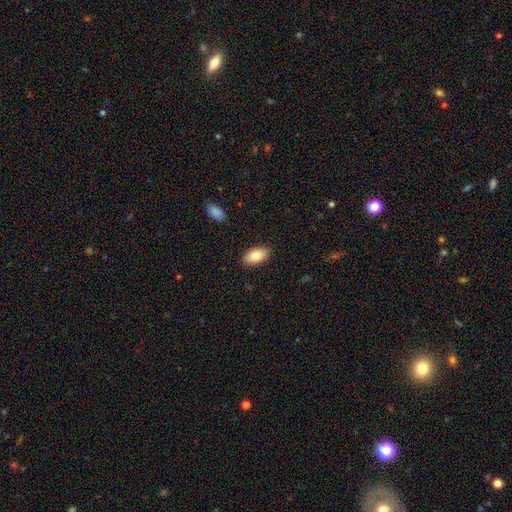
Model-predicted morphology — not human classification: Smooth or featured: smooth — 81% (featured or disk — 13%)
How rounded: in between — 94% (round — 4%)
Merging: none — 89% (minor disturbance — 8%)